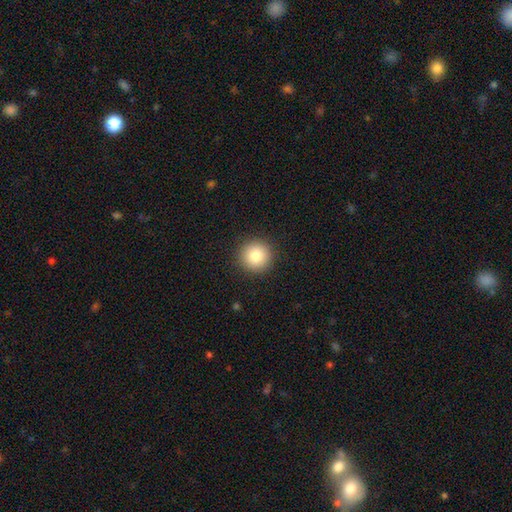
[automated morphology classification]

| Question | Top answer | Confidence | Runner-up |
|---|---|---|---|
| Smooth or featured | smooth | 82% | star or artifact (10%) |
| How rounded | round | 95% | in between (4%) |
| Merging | none | 92% | minor disturbance (5%) |